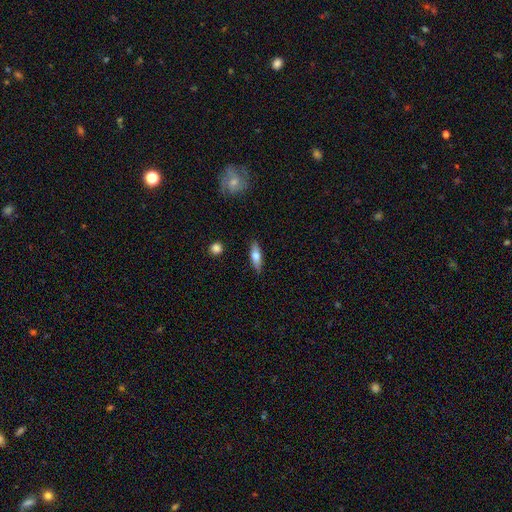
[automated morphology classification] smooth_or_featured: smooth (p=0.70) [alt: featured or disk p=0.24]
how_rounded: in between (p=0.53) [alt: cigar-shaped p=0.45]
merging: none (p=0.85) [alt: minor disturbance p=0.11]